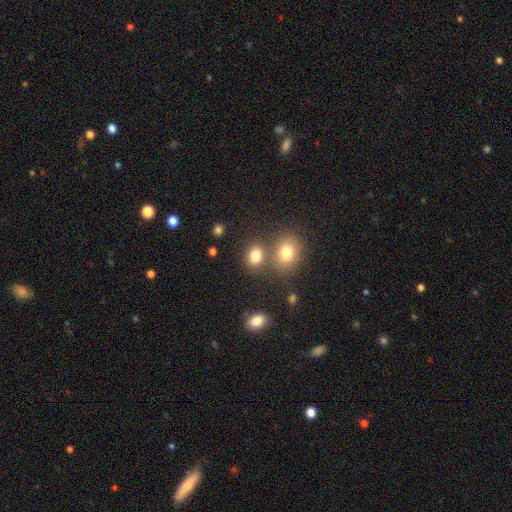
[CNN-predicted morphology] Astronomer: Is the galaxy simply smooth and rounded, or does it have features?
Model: smooth — 79%.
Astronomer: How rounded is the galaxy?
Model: in between — 54% (runner-up: round, 45%).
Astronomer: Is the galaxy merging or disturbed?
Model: none — 58%.